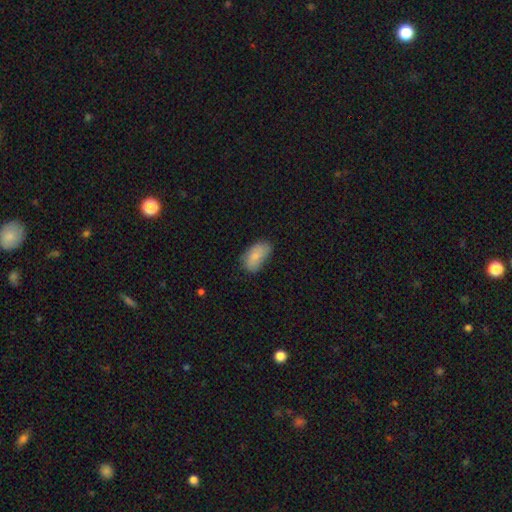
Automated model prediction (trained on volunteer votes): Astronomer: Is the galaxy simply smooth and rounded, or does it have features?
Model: smooth — 77%.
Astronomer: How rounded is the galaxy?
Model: in between — 93%.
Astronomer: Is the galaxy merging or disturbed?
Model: none — 62%.